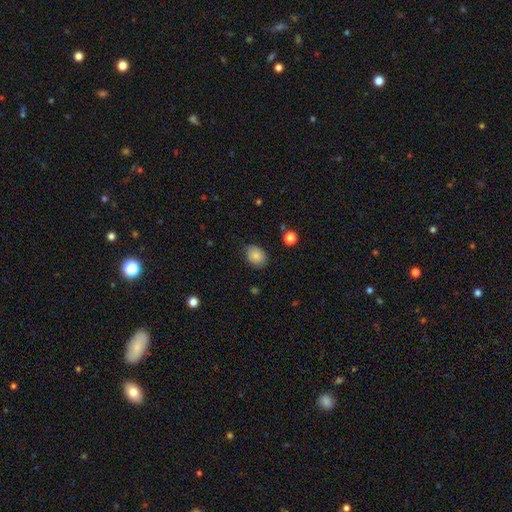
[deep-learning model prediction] smooth 84%, star or artifact 8%, featured or disk 8%. Down the decision tree: how rounded — in between (63%); merging — none (78%).